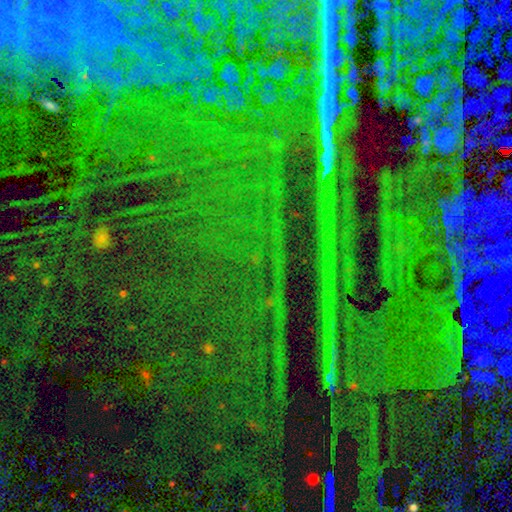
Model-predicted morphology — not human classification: Smooth or featured? star or artifact (87%)